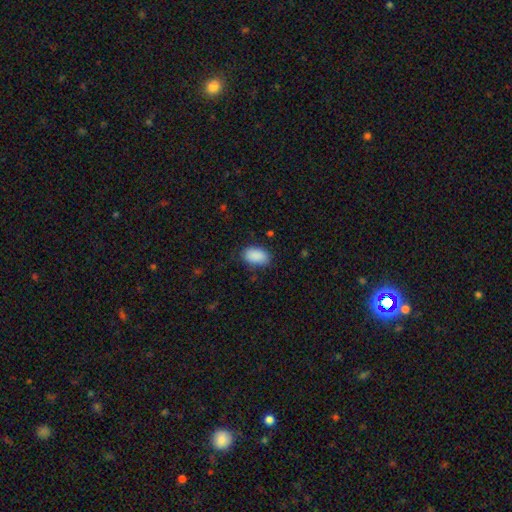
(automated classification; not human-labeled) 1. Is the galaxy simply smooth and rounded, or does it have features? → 90% smooth, 7% star or artifact, 3% featured or disk.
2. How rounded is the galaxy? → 92% in between, 7% round, 1% cigar-shaped.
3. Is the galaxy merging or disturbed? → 81% none, 14% minor disturbance, 4% major disturbance, 1% merger.